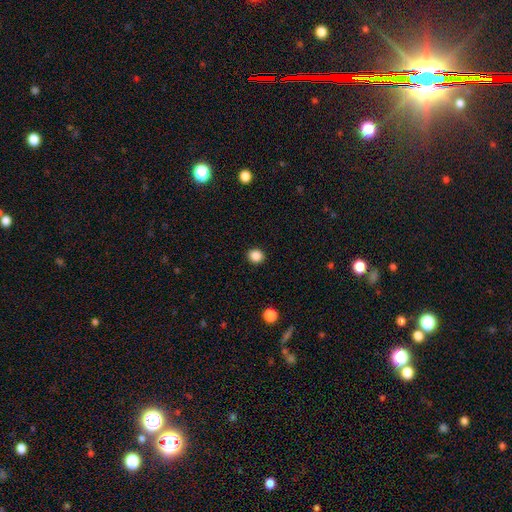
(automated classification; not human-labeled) This is clearly a smooth galaxy (87%). How rounded: likely round (80%). Merging: clearly none (91%).